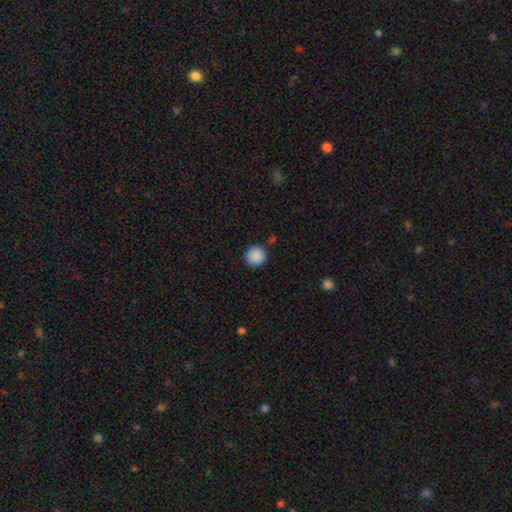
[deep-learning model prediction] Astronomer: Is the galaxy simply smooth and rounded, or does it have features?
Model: smooth — 89%.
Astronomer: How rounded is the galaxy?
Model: round — 96%.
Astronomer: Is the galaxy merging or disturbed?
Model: none — 89%.